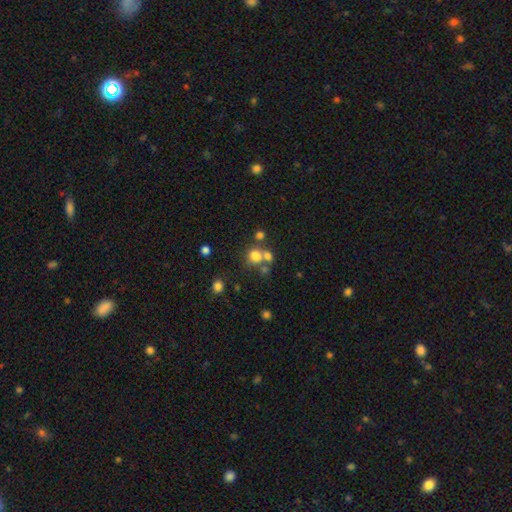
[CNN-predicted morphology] Smooth or featured: smooth — 72% (star or artifact — 16%)
How rounded: round — 83% (in between — 16%)
Merging: none — 49% (merger — 37%)